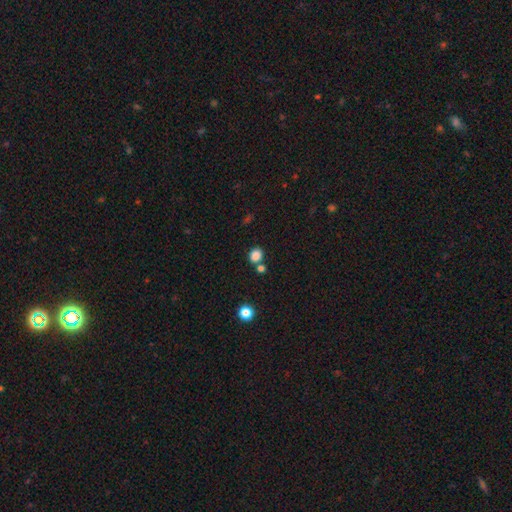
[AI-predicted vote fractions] Smooth or featured: smooth — 84% (star or artifact — 12%)
How rounded: round — 66% (in between — 33%)
Merging: none — 69% (merger — 18%)